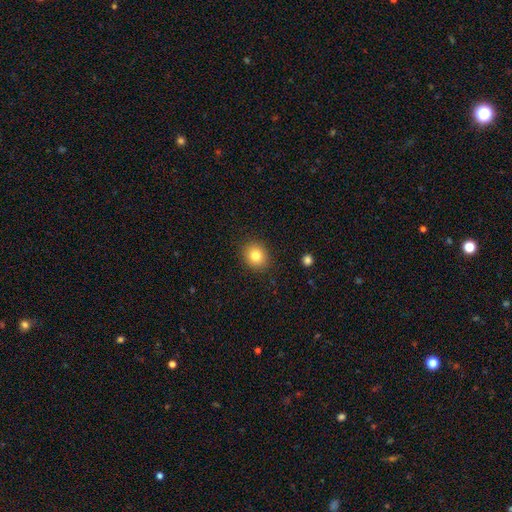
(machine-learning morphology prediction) smooth-or-featured: smooth: 82% | star or artifact: 11% | featured or disk: 8%
  how-rounded: round: 76% | in between: 23% | cigar-shaped: 1%
  merging: none: 89% | minor disturbance: 8% | major disturbance: 2% | merger: 1%